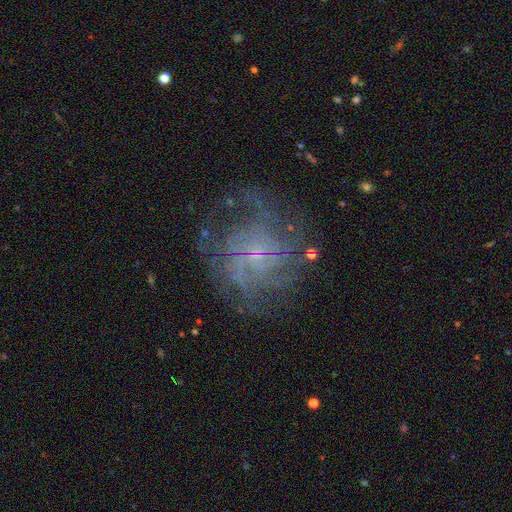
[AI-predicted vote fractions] featured or disk 70%, star or artifact 15%, smooth 14%. Down the decision tree: edge-on disk — no (98%); bar — no (73%); spiral arms — yes (84%); spiral arm count — can't tell (46%); spiral winding — tight (47%); bulge size — small (50%); merging — none (68%).